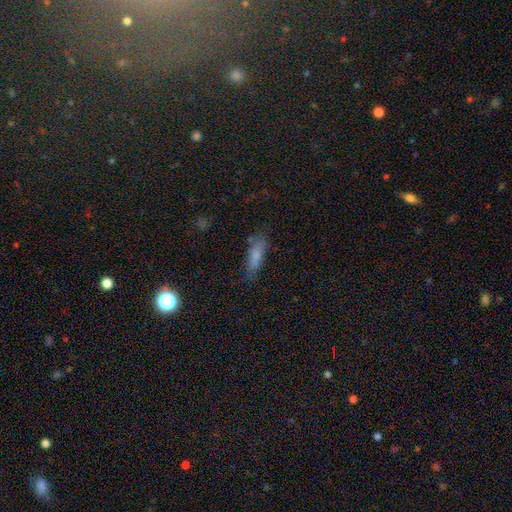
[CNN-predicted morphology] Overall: smooth (72%). How rounded: cigar-shaped (50%; in between 47%). Merging: none (65%).